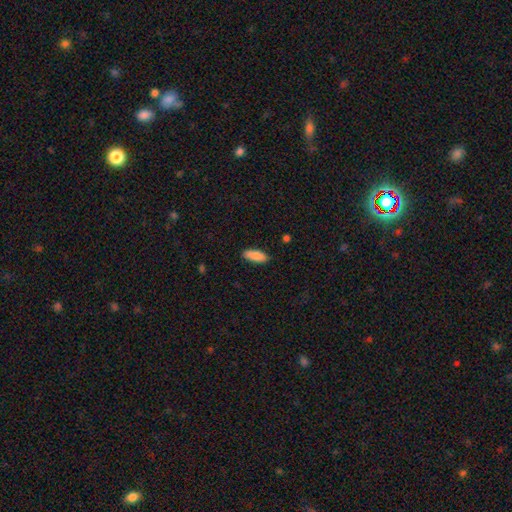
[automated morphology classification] A smooth galaxy with no disk features (89%) that is in between round and cigar-shaped (71%). Merging: none (87%).